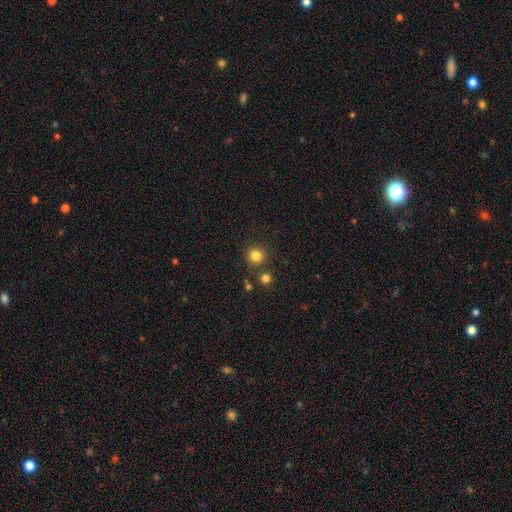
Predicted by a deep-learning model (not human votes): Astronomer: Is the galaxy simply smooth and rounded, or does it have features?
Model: smooth — 82%.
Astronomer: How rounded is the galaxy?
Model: round — 94%.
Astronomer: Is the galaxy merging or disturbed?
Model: none — 85%.